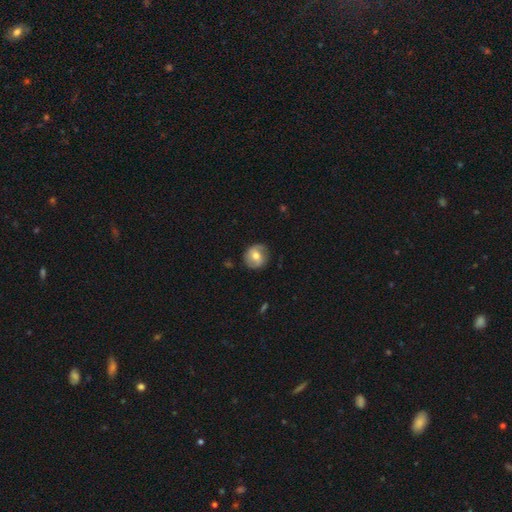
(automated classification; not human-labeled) smooth_or_featured: smooth (p=0.48) [alt: featured or disk p=0.45]
merging: none (p=0.78) [alt: minor disturbance p=0.16]